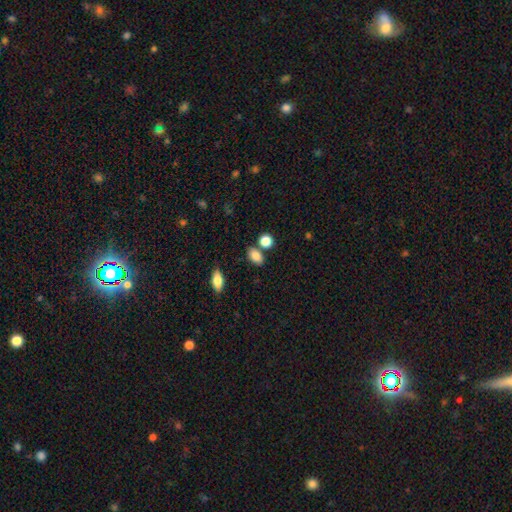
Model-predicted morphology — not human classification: smooth_or_featured: smooth (p=0.84) [alt: star or artifact p=0.10]
how_rounded: in between (p=0.75) [alt: round p=0.23]
merging: none (p=0.71) [alt: merger p=0.13]